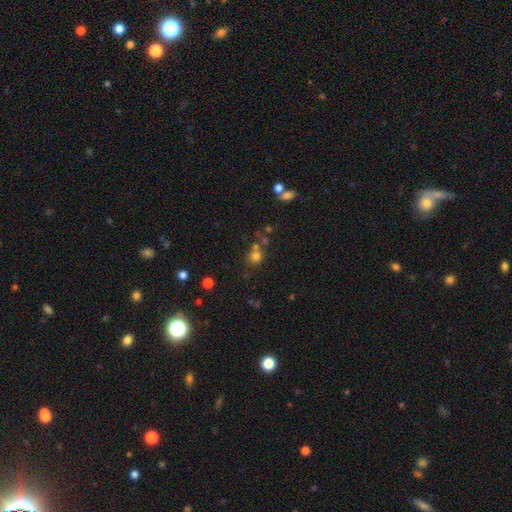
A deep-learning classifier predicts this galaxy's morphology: Smooth or featured: smooth — 73% (star or artifact — 18%)
How rounded: round — 83% (in between — 16%)
Merging: none — 58% (merger — 26%)